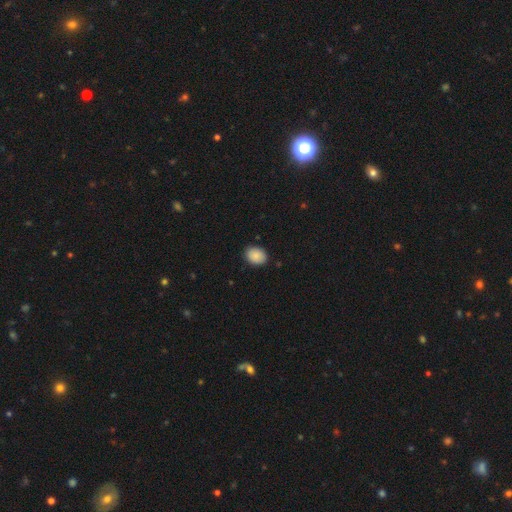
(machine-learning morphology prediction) This is clearly a smooth galaxy (89%). How rounded: likely in between (61%). Merging: clearly none (88%).